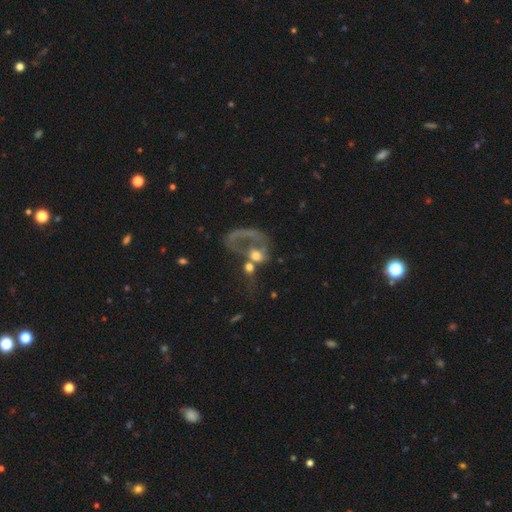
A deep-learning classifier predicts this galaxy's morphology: Smooth or featured? Predicted: featured or disk (p=0.52). Edge-on disk? Predicted: no (p=0.96). Merging? Predicted: merger (p=0.45).